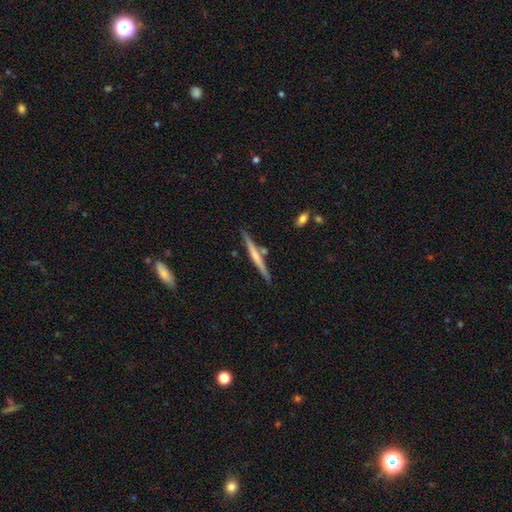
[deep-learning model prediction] This is possibly a featured or disk galaxy (52%). It is clearly viewed edge-on (97%). Edge-on bulge: possibly none (57%). Merging: clearly none (81%).